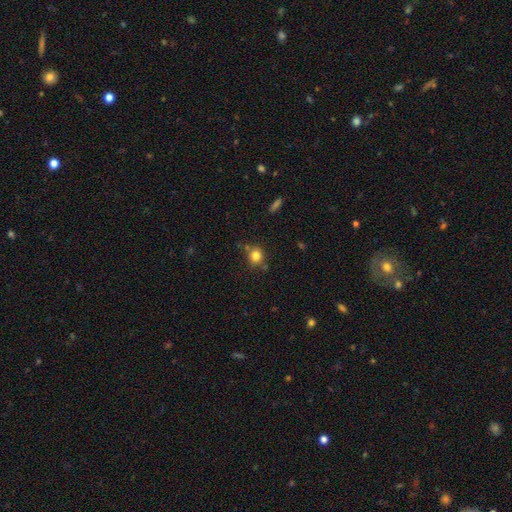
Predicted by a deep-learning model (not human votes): This appears to be a smooth galaxy with no disk features (81%) that is round (82%). Merging: none (72%).